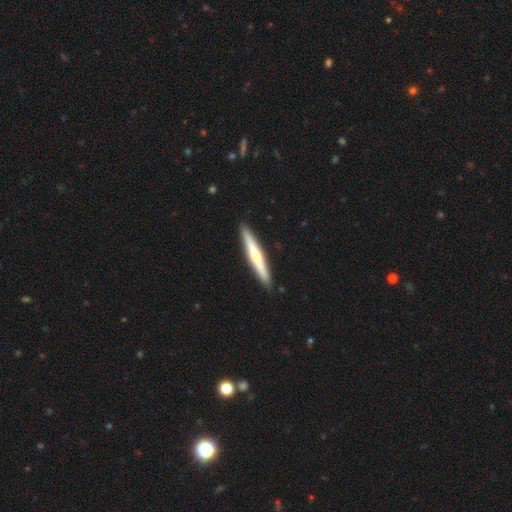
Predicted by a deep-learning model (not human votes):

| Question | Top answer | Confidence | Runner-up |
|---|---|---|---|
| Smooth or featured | smooth | 49% | featured or disk (46%) |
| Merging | none | 91% | minor disturbance (6%) |